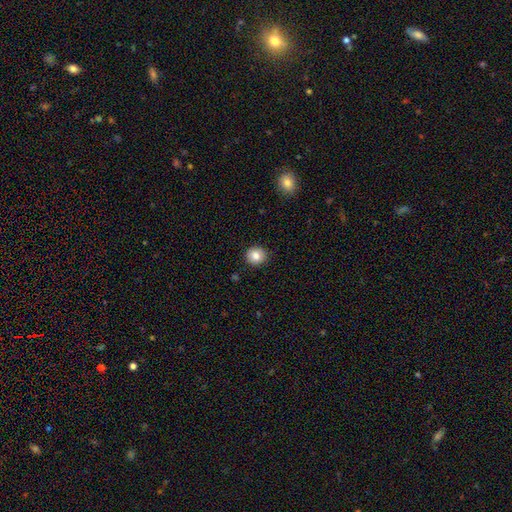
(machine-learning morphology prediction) smooth 83%, star or artifact 10%, featured or disk 7%. Down the decision tree: how rounded — round (88%); merging — none (90%).